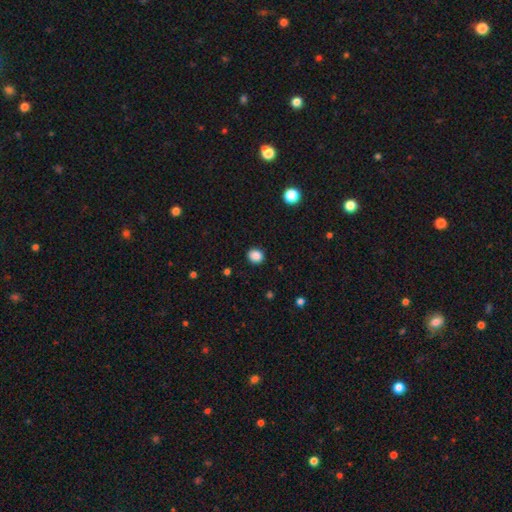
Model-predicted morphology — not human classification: smooth 87%, star or artifact 10%, featured or disk 3%. Down the decision tree: how rounded — round (76%); merging — none (91%).